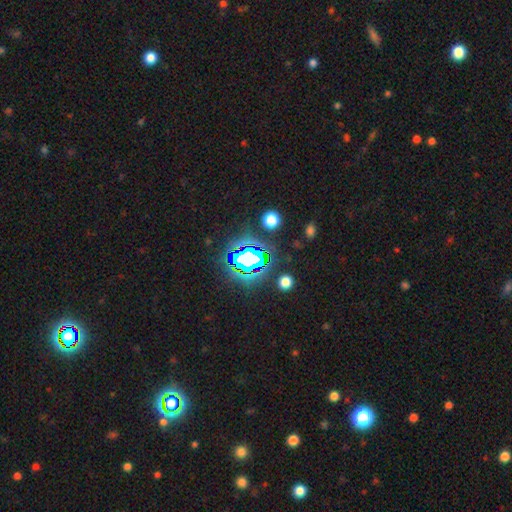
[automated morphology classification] Smooth or featured: star or artifact — 80% (smooth — 13%)